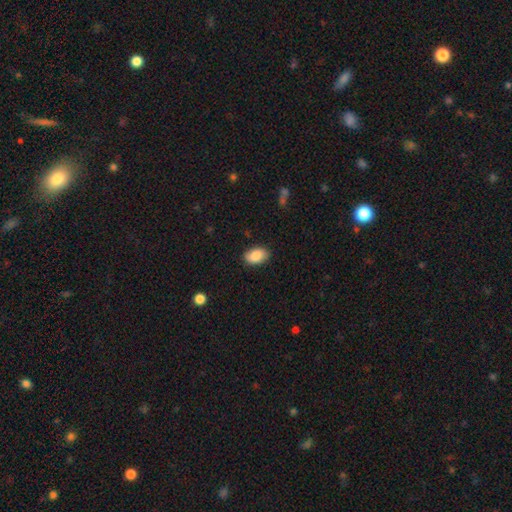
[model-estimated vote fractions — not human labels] Smooth or featured: smooth — 87% (star or artifact — 7%)
How rounded: in between — 90% (round — 8%)
Merging: none — 86% (minor disturbance — 11%)